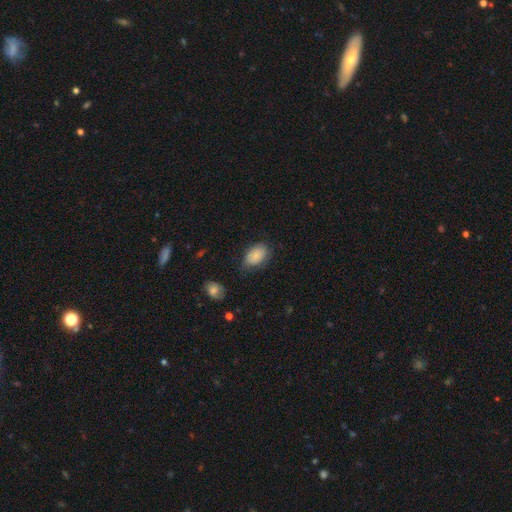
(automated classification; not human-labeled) smooth_or_featured: smooth (p=0.84) [alt: featured or disk p=0.08]
how_rounded: in between (p=0.89) [alt: round p=0.10]
merging: none (p=0.69) [alt: minor disturbance p=0.23]